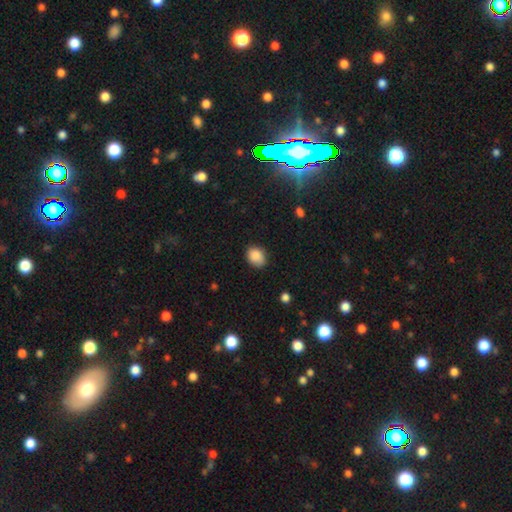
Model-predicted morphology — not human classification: type=smooth (87%); roundness=in between (57%); merging=none (78%).